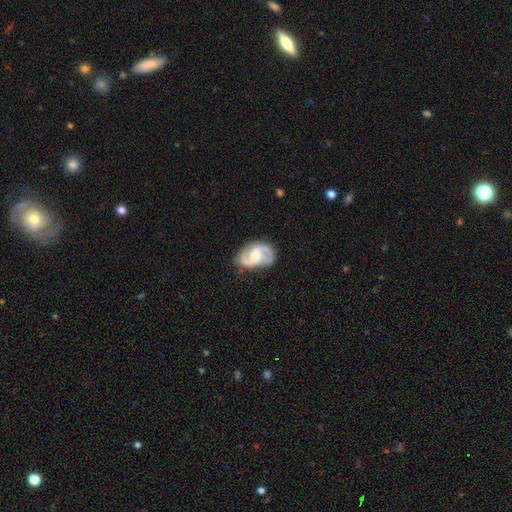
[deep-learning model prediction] smooth-or-featured: featured or disk: 85% | smooth: 10% | star or artifact: 5%
  disk-edge-on: no: 97% | yes: 3%
    bar: weak: 49% | no: 36% | strong: 15%
    has-spiral-arms: yes: 96% | no: 4%
      spiral-winding: medium: 54% | loose: 26% | tight: 20%
      spiral-arm-count: 2: 89% | can't tell: 4% | 3: 3% | 1: 2% | 4: 1% | more than 4: 1%
    bulge-size: moderate: 57% | small: 34% | large: 5% | none: 3% | dominant: 1%
  merging: none: 73% | minor disturbance: 19% | major disturbance: 6% | merger: 2%